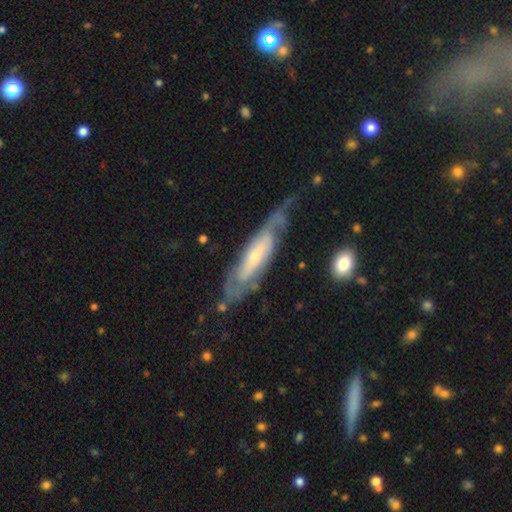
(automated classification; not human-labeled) featured or disk 75%, smooth 20%, star or artifact 5%. Down the decision tree: edge-on disk — no (72%); bar — no (54%); spiral arms — yes (87%); bulge size — small (60%); merging — none (50%).